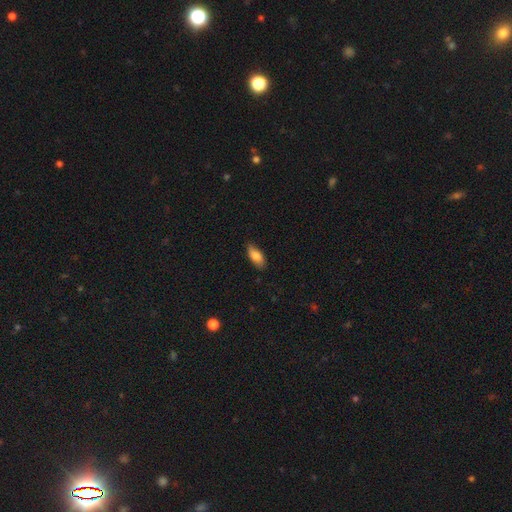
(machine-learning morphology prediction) type=smooth (80%); roundness=in between (82%); merging=none (75%).